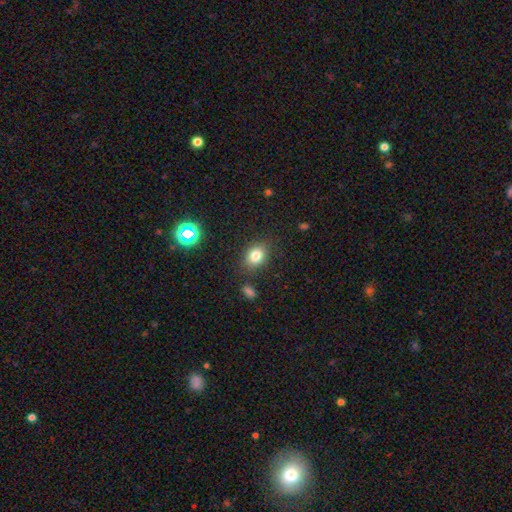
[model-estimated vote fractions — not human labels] Smooth or featured?
  - smooth: 79% *
  - star or artifact: 13%
  - featured or disk: 8%
How rounded?
  - in between: 58% *
  - round: 41%
  - cigar-shaped: 1%
Merging?
  - none: 80% *
  - minor disturbance: 12%
  - major disturbance: 4%
  - merger: 3%